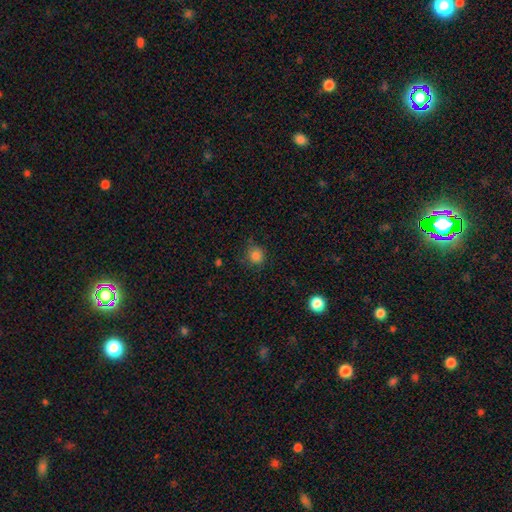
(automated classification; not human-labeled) Morphology: type=smooth (83%); roundness=round (88%); merging=none (76%).